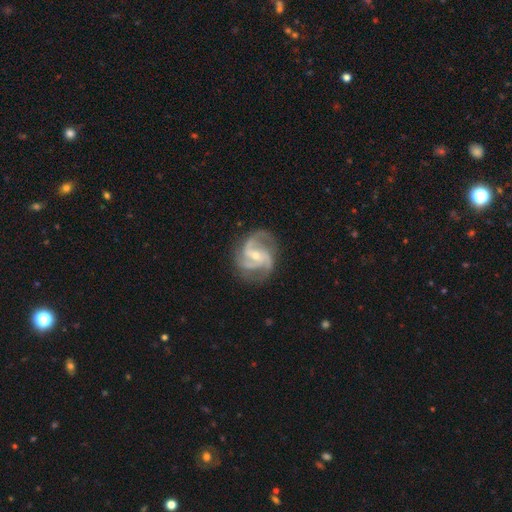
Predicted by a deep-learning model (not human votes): Smooth or featured: featured or disk — 91% (smooth — 4%)
Edge-on disk: no — 98% (yes — 2%)
Bar: weak — 45% (no — 35%)
Spiral arms: yes — 98% (no — 2%)
Spiral winding: medium — 58% (tight — 27%)
Spiral arm count: 3 — 61% (2 — 18%)
Bulge size: small — 59% (moderate — 37%)
Merging: none — 72% (minor disturbance — 17%)